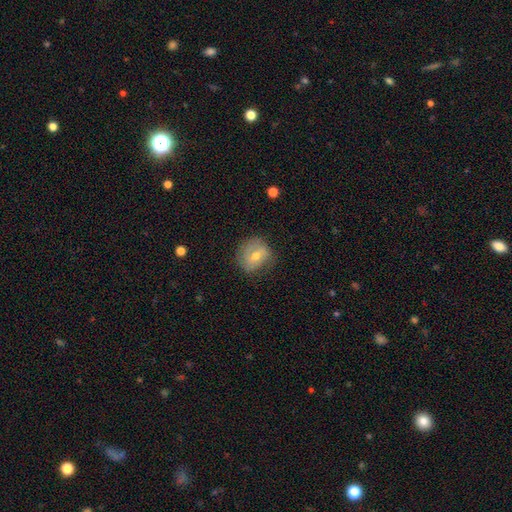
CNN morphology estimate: A featured or disk galaxy (50%). Merging: none (68%).